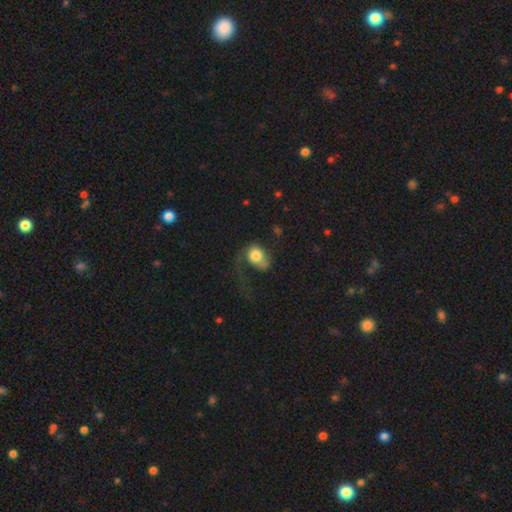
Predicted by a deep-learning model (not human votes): smooth_or_featured: smooth (p=0.65) [alt: featured or disk p=0.27]
how_rounded: in between (p=0.57) [alt: round p=0.41]
merging: major disturbance (p=0.59) [alt: none p=0.21]